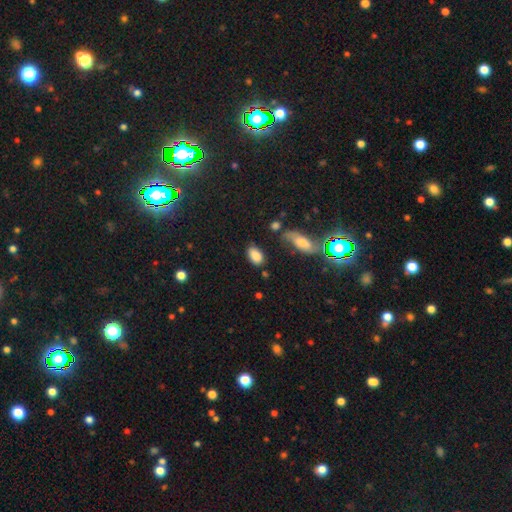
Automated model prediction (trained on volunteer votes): Smooth or featured: smooth — 83% (star or artifact — 9%)
How rounded: in between — 91% (round — 7%)
Merging: none — 72% (minor disturbance — 17%)